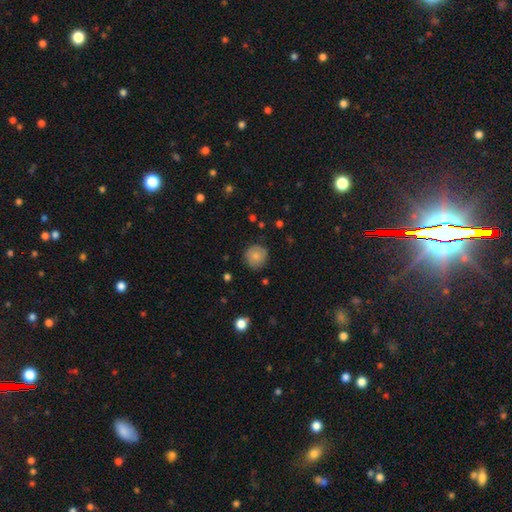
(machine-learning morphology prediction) type=smooth (81%); roundness=round (91%); merging=none (82%).